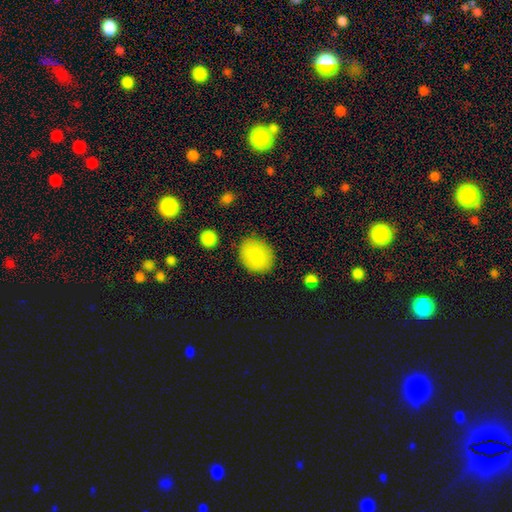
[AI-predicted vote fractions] smooth_or_featured: smooth (p=0.86) [alt: star or artifact p=0.07]
how_rounded: round (p=0.53) [alt: in between p=0.46]
merging: none (p=0.84) [alt: minor disturbance p=0.11]